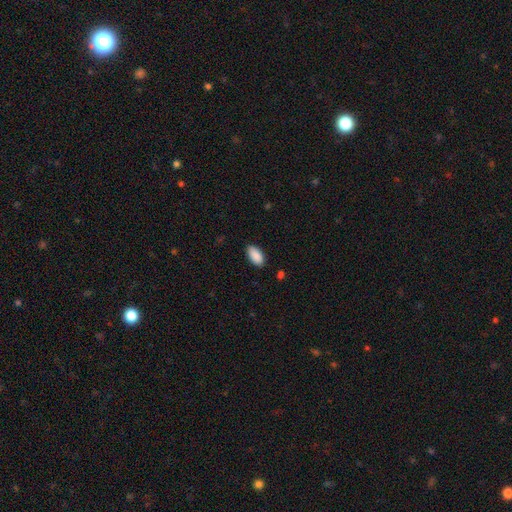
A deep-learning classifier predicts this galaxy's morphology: A smooth galaxy with no disk features (91%) that is in between round and cigar-shaped (94%).

Vote fractions:
- Smooth or featured? smooth: 91% / star or artifact: 6% / featured or disk: 3%
- How rounded? in between: 94% / cigar-shaped: 4% / round: 2%
- Merging? none: 88% / minor disturbance: 9% / major disturbance: 2% / merger: 1%